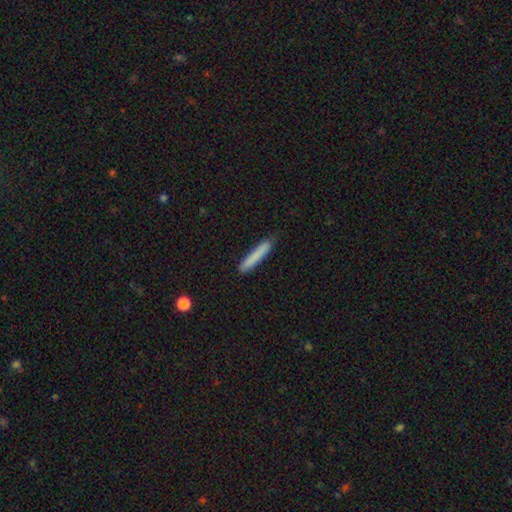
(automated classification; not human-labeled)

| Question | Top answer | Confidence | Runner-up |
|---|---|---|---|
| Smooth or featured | smooth | 82% | featured or disk (12%) |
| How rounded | cigar-shaped | 94% | in between (5%) |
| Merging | none | 86% | minor disturbance (10%) |